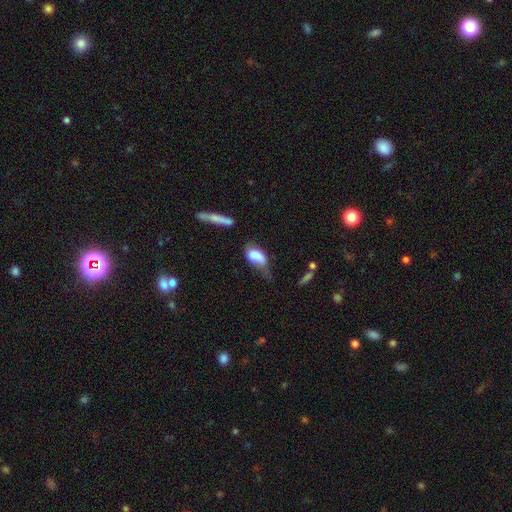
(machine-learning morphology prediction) A smooth galaxy with no disk features (75%) that is in between round and cigar-shaped (89%).

Vote fractions:
- Smooth or featured? smooth: 75% / featured or disk: 17% / star or artifact: 8%
- How rounded? in between: 89% / round: 6% / cigar-shaped: 5%
- Merging? minor disturbance: 36% / major disturbance: 29% / none: 25% / merger: 10%